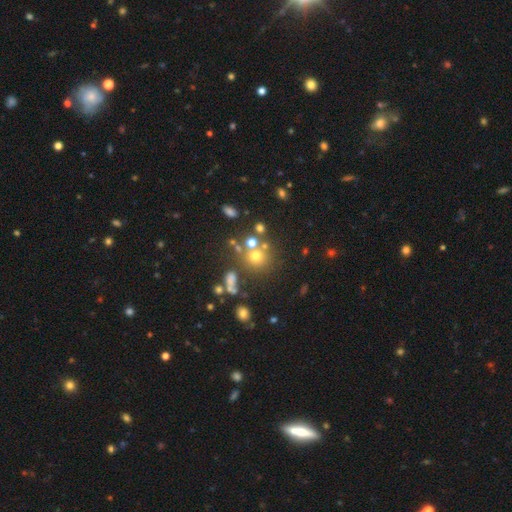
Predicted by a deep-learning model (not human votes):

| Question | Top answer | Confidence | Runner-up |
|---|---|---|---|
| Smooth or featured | smooth | 61% | star or artifact (25%) |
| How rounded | round | 87% | in between (12%) |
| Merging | none | 65% | merger (18%) |